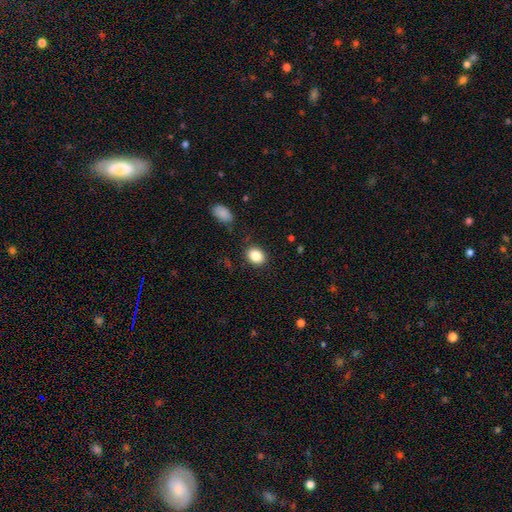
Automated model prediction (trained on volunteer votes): Morphology: type=smooth (86%); roundness=in between (56%); merging=none (86%).